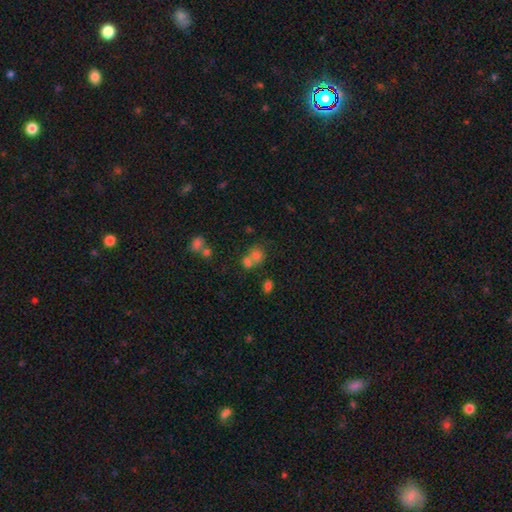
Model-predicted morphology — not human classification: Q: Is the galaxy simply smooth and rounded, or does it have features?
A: smooth — 68%.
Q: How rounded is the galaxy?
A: round — 67%.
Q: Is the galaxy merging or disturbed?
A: merger — 49%.